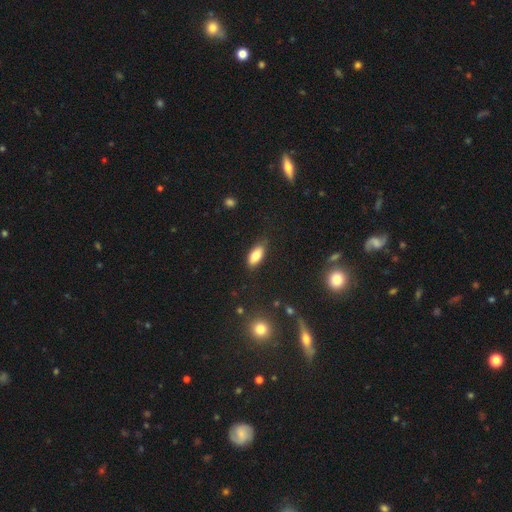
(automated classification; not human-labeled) Morphology: type=smooth (81%); roundness=in between (85%); merging=none (80%).